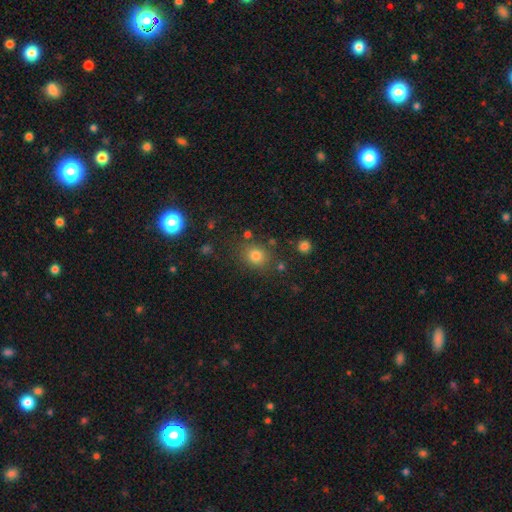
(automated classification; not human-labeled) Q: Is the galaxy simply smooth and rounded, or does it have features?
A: smooth — 77%.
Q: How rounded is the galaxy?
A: round — 71%.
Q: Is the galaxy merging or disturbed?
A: none — 79%.